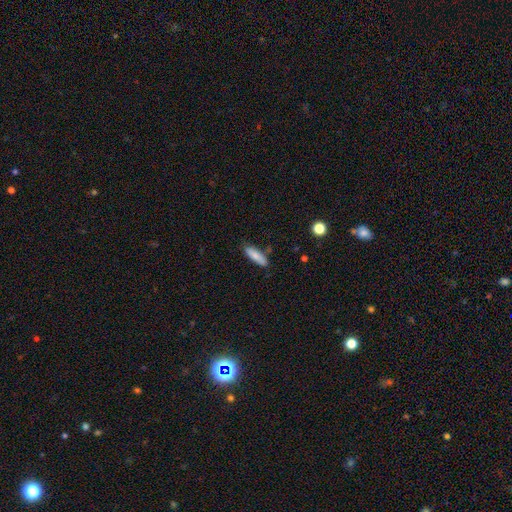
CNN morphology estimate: The model was most divided on "how rounded": cigar-shaped: 53%, in between: 45%, round: 2%. More confident: smooth or featured — smooth (81%); merging — none (80%).